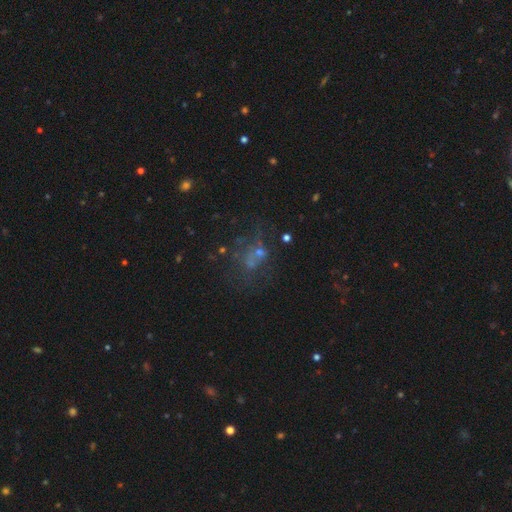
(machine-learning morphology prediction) A featured or disk galaxy (40%).

Vote fractions:
- Smooth or featured? featured or disk: 40% / star or artifact: 30% / smooth: 30%
- Merging? none: 39% / major disturbance: 26% / merger: 19% / minor disturbance: 15%